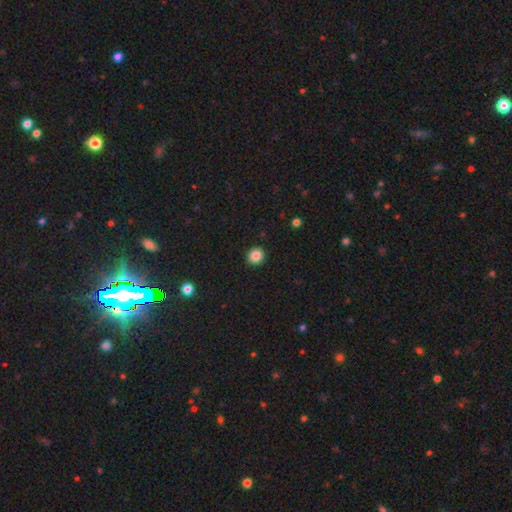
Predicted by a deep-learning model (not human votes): Smooth or featured: smooth — 85% (star or artifact — 11%)
How rounded: round — 91% (in between — 8%)
Merging: none — 93% (minor disturbance — 5%)